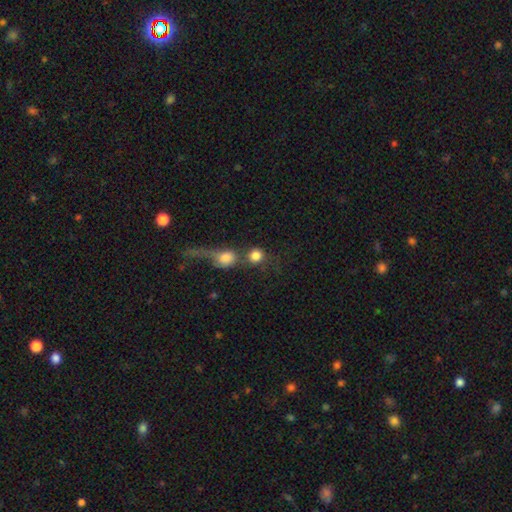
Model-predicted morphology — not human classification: Q: Smooth or featured?
A: smooth (82%); runner-up: star or artifact (10%)
Q: How rounded?
A: round (86%); runner-up: in between (12%)
Q: Merging?
A: merger (47%); runner-up: none (35%)